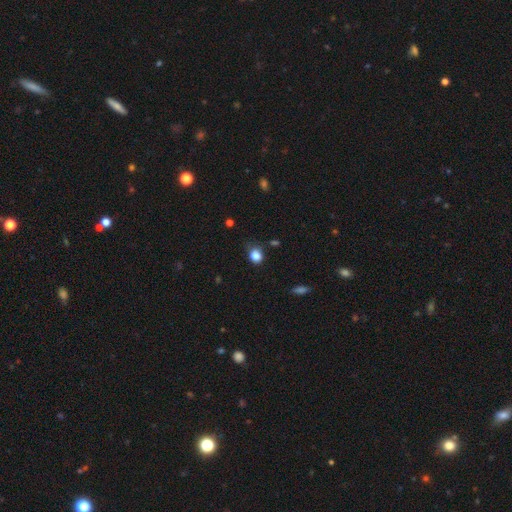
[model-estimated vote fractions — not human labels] Smooth or featured?
  - smooth: 83% *
  - star or artifact: 12%
  - featured or disk: 5%
How rounded?
  - round: 65% *
  - in between: 34%
  - cigar-shaped: 1%
Merging?
  - none: 60% *
  - minor disturbance: 30%
  - major disturbance: 8%
  - merger: 3%